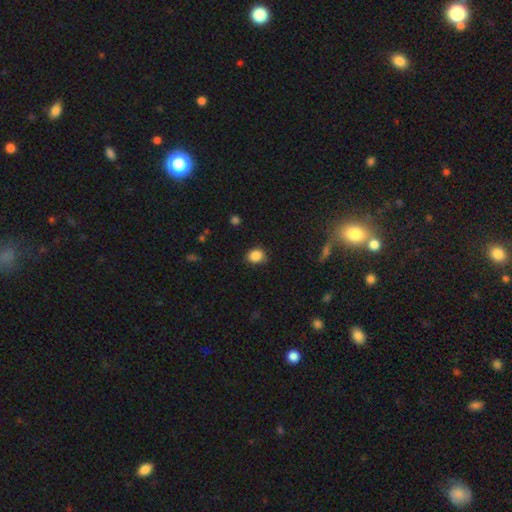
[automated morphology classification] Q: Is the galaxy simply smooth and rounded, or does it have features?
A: smooth — 87%.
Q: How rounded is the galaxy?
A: round — 67%.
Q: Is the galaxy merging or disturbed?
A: none — 75%.